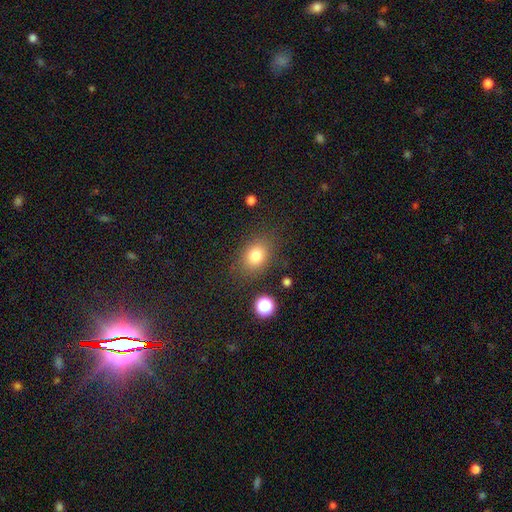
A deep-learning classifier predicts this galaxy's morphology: Q: Smooth or featured?
A: smooth (80%); runner-up: star or artifact (11%)
Q: How rounded?
A: in between (64%); runner-up: round (35%)
Q: Merging?
A: none (80%); runner-up: minor disturbance (13%)